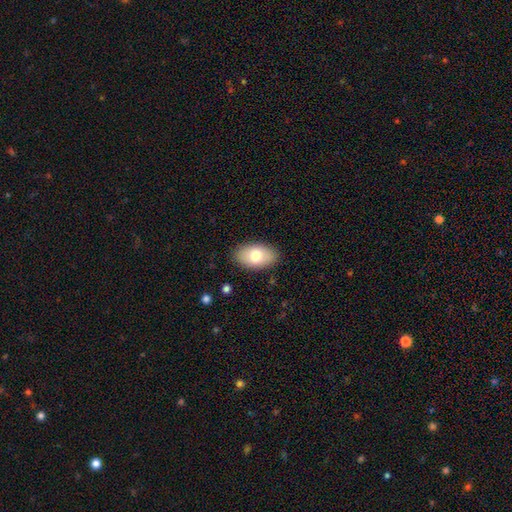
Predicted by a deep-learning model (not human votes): Overall: smooth (74%). How rounded: in between (93%). Merging: none (87%).